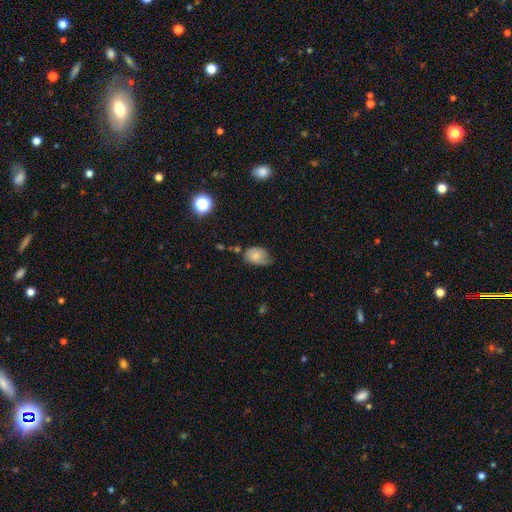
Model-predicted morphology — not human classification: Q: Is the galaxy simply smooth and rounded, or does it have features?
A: smooth — 65%.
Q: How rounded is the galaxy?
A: in between — 78%.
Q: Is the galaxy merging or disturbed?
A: minor disturbance — 43%.